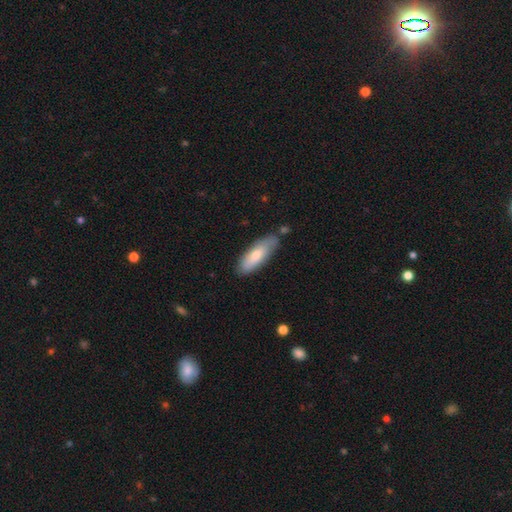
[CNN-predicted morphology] smooth 75%, featured or disk 19%, star or artifact 5%. Down the decision tree: how rounded — in between (57%); merging — none (75%).